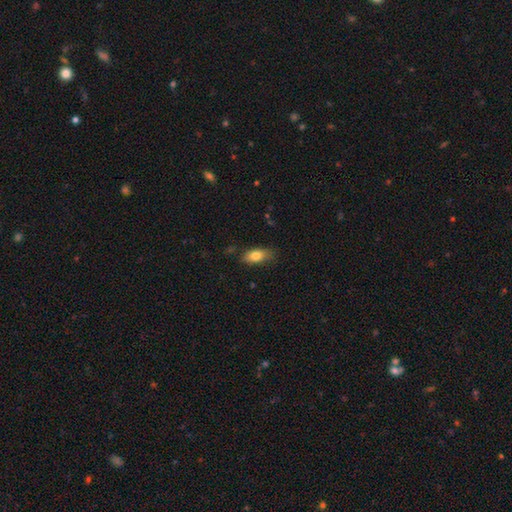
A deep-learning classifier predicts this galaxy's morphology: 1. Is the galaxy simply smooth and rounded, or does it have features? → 81% smooth, 12% featured or disk, 8% star or artifact.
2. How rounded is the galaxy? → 85% in between, 10% cigar-shaped, 5% round.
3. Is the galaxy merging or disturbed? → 76% none, 19% minor disturbance, 4% major disturbance, 2% merger.